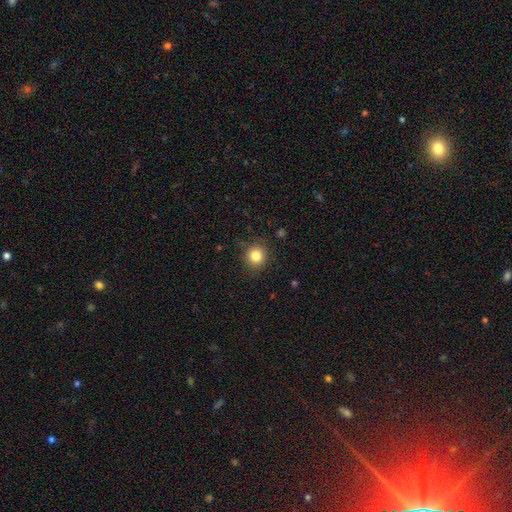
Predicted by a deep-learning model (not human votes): smooth-or-featured: smooth: 83% | star or artifact: 11% | featured or disk: 6%
  how-rounded: round: 88% | in between: 11% | cigar-shaped: 1%
  merging: none: 86% | minor disturbance: 10% | major disturbance: 3% | merger: 1%